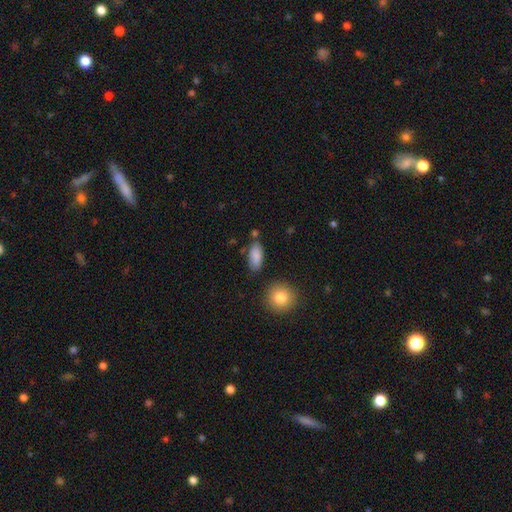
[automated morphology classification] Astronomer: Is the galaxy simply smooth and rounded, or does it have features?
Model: smooth — 87%.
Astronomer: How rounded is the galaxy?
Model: in between — 88%.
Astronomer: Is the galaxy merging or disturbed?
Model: none — 75%.